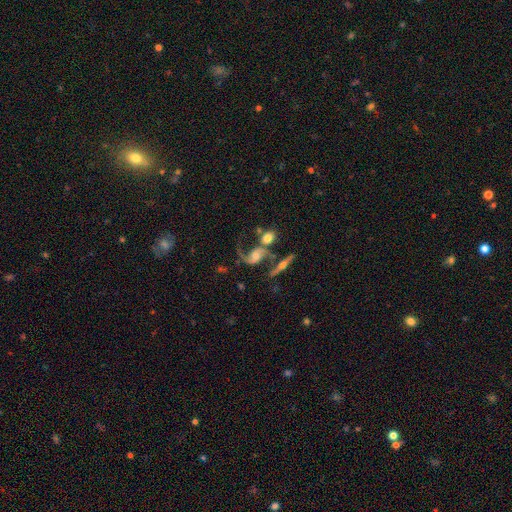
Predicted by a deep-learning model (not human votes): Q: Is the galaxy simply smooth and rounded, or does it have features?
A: featured or disk — 83%.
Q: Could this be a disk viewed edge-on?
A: no — 93%.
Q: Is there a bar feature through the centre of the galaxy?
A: no — 55%.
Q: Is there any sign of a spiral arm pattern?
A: yes — 95%.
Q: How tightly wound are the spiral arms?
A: loose — 68%.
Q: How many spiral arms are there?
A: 2 — 85%.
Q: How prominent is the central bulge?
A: moderate — 43%.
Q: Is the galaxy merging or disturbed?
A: none — 37%.